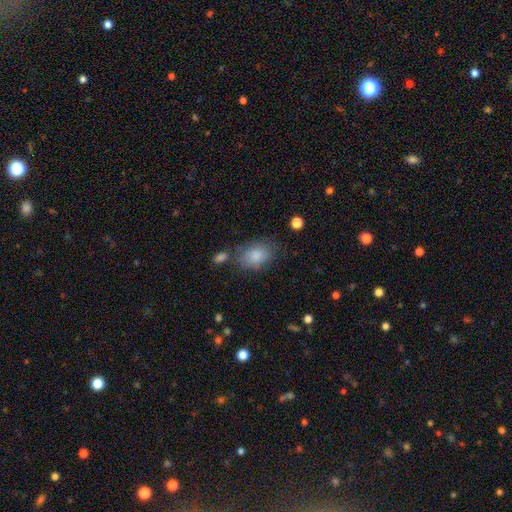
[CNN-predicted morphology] Q: Smooth or featured?
A: smooth (84%); runner-up: featured or disk (9%)
Q: How rounded?
A: in between (85%); runner-up: round (14%)
Q: Merging?
A: none (63%); runner-up: minor disturbance (21%)